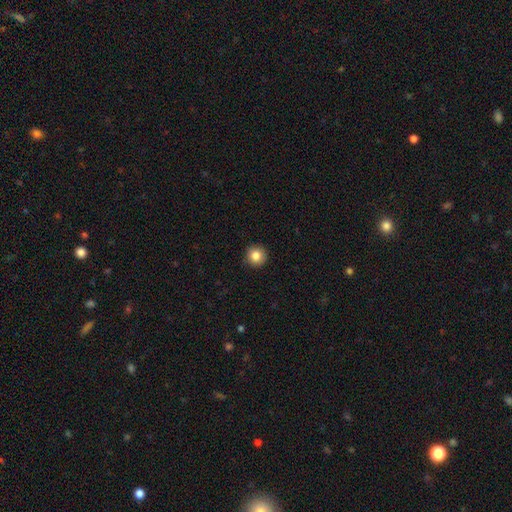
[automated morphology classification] Smooth or featured? Predicted: smooth (p=0.85). How rounded? Predicted: round (p=0.95). Merging? Predicted: none (p=0.92).